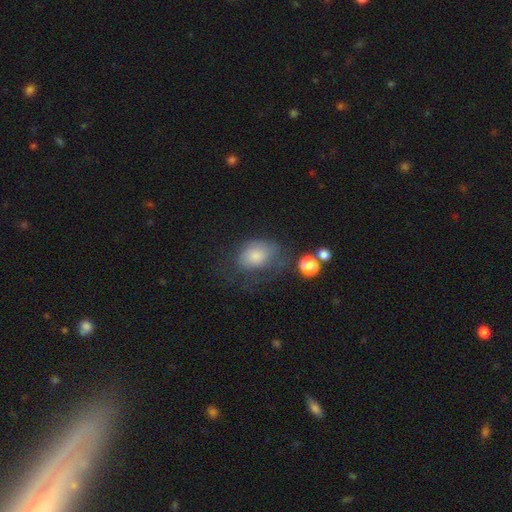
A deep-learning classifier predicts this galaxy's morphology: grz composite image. It shows a smooth galaxy with no disk features (69%) that is in between round and cigar-shaped (70%). Merging: none (39%).